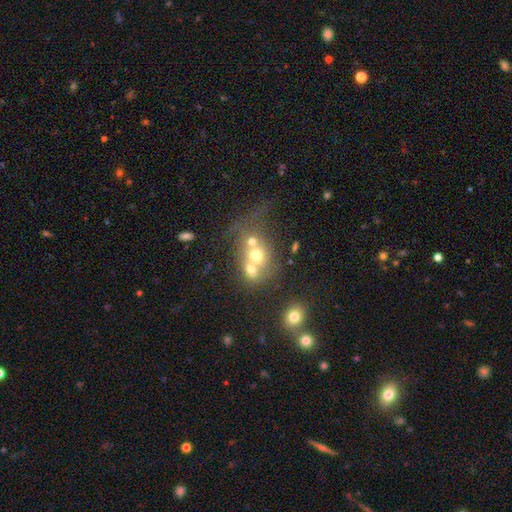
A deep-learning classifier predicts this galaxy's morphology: Smooth or featured? smooth (57%)
How rounded? round (63%)
Merging? merger (64%)